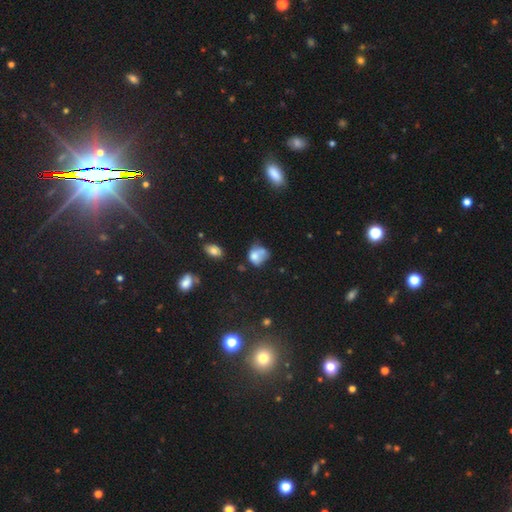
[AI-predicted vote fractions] Smooth or featured? Predicted: smooth (p=0.66). How rounded? Predicted: in between (p=0.50). Merging? Predicted: none (p=0.30).